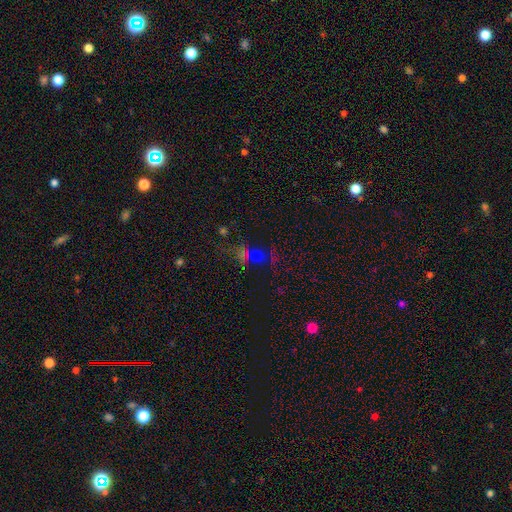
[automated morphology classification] This is possibly a star or artifact rather than a galaxy (47%).